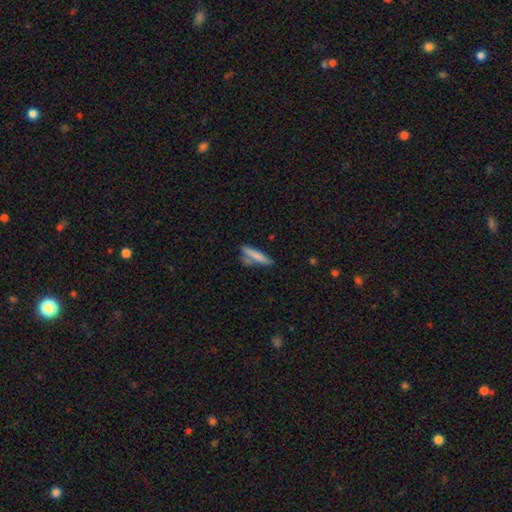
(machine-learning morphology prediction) Q: Smooth or featured?
A: smooth (77%); runner-up: featured or disk (16%)
Q: How rounded?
A: cigar-shaped (85%); runner-up: in between (13%)
Q: Merging?
A: none (64%); runner-up: minor disturbance (18%)